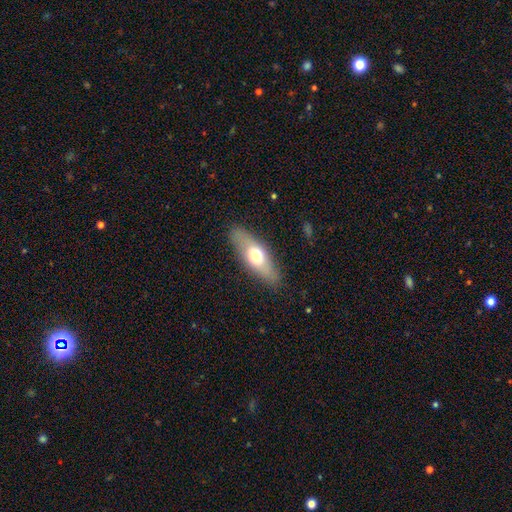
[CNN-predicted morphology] The model was most divided on "how rounded": in between: 57%, cigar-shaped: 39%, round: 3%. More confident: merging — none (86%); smooth or featured — smooth (58%).